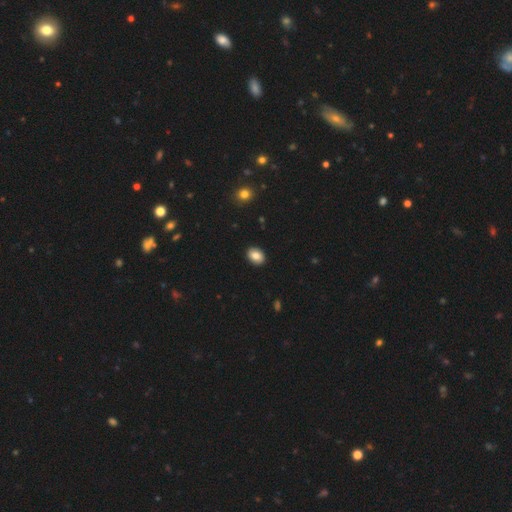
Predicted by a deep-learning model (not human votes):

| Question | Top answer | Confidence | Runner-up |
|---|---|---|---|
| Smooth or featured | smooth | 83% | featured or disk (9%) |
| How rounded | in between | 71% | round (28%) |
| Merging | none | 91% | minor disturbance (6%) |